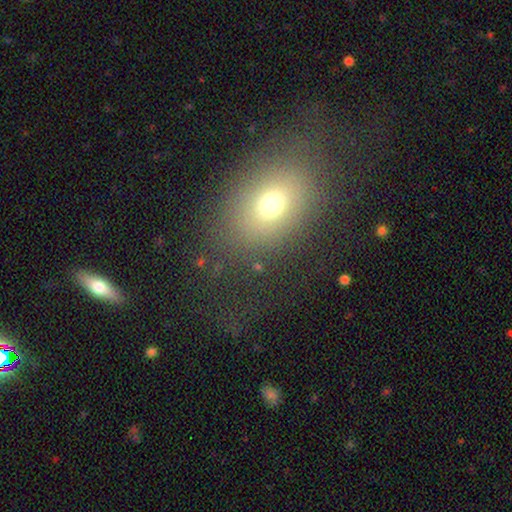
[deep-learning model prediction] The model was most divided on "how rounded": in between: 70%, round: 28%, cigar-shaped: 2%. More confident: merging — none (69%); smooth or featured — smooth (66%).